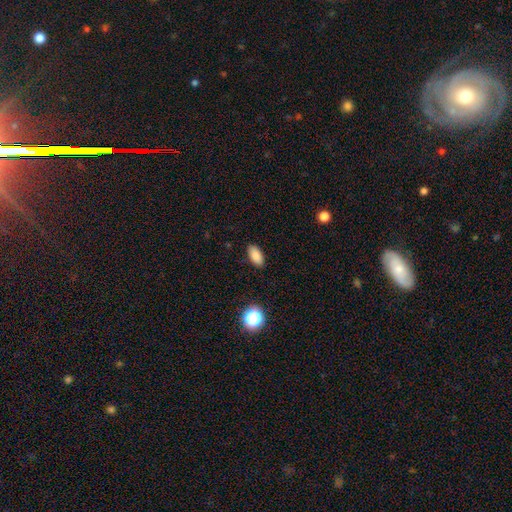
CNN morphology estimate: Smooth or featured? smooth (86%)
How rounded? in between (90%)
Merging? none (88%)